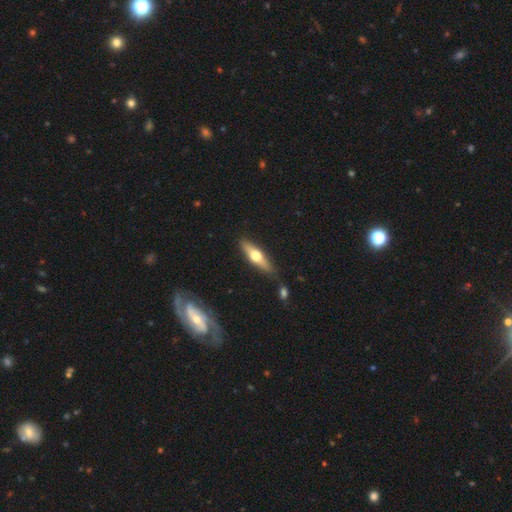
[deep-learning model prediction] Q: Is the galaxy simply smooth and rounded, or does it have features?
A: featured or disk — 53%.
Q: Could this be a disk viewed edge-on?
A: yes — 90%.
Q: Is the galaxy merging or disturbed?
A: none — 80%.